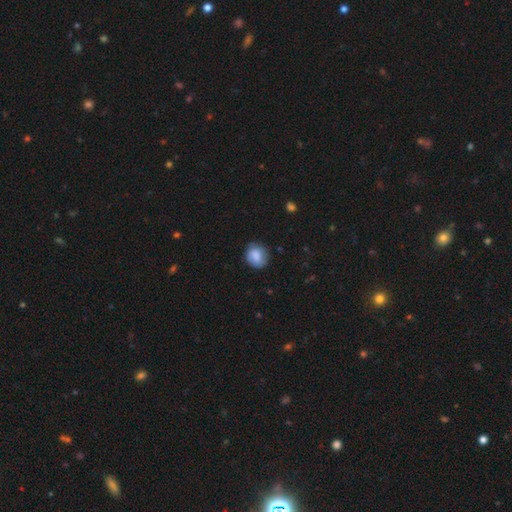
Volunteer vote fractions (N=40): A smooth galaxy with no disk features (85%) that is round (62%). Merging: none (82%).